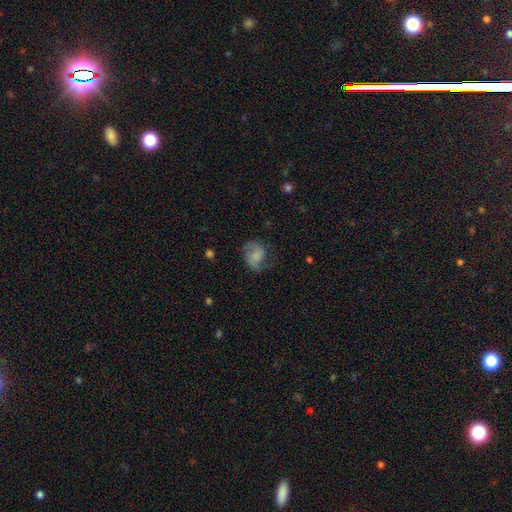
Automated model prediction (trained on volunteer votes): smooth-or-featured: featured or disk: 46% | smooth: 44% | star or artifact: 10%
  merging: none: 57% | minor disturbance: 24% | major disturbance: 17% | merger: 2%